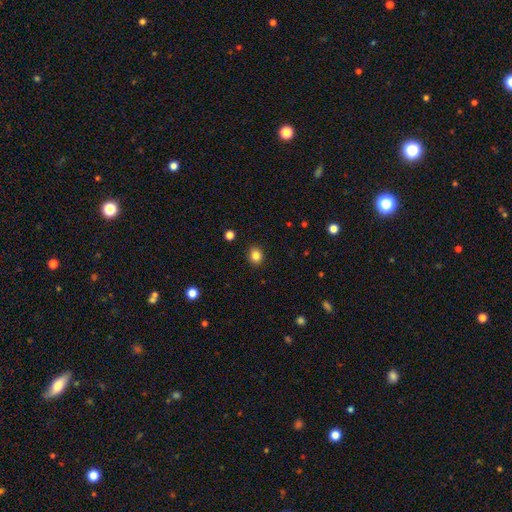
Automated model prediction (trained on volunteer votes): Smooth or featured? smooth (84%)
How rounded? round (69%)
Merging? none (90%)